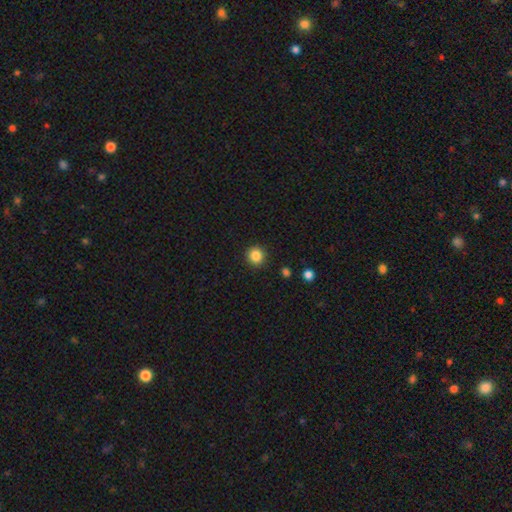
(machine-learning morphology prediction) Smooth or featured? smooth (85%)
How rounded? round (92%)
Merging? none (91%)